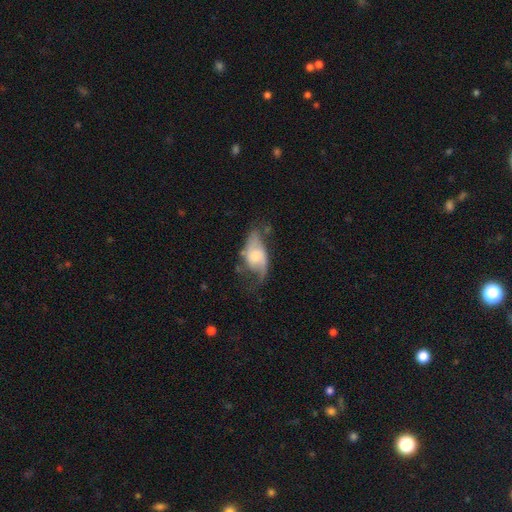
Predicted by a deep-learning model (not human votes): Overall: featured or disk (64%; smooth 30%). Edge-on disk: no (92%). Bar: no (66%; weak 28%). Spiral arms: yes (83%). Bulge size: moderate (48%; small 30%). Merging: none (39%; minor disturbance 29%).